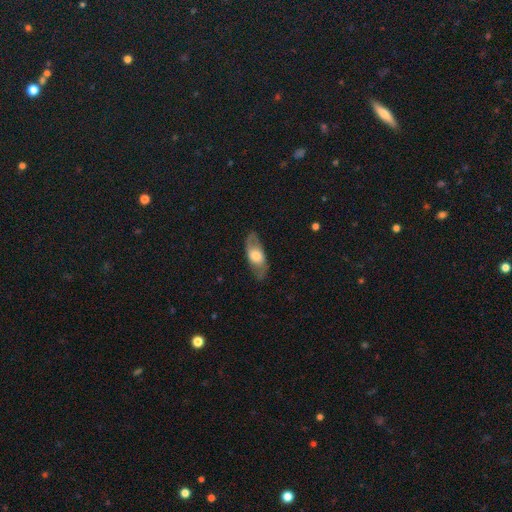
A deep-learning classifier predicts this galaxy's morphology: type=featured or disk (48%); merging=none (75%).